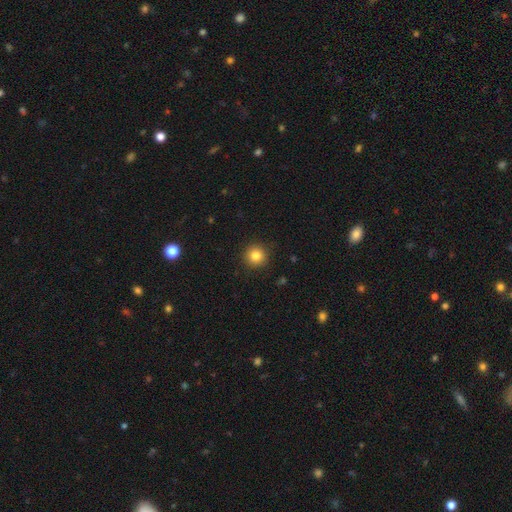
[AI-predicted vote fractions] smooth 83%, star or artifact 11%, featured or disk 6%. Down the decision tree: how rounded — round (95%); merging — none (91%).